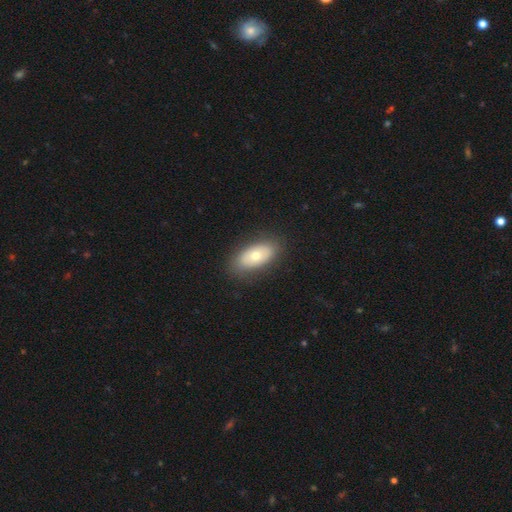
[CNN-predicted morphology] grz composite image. It shows a smooth galaxy with no disk features (66%) that is in between round and cigar-shaped (91%). Merging: none (84%).